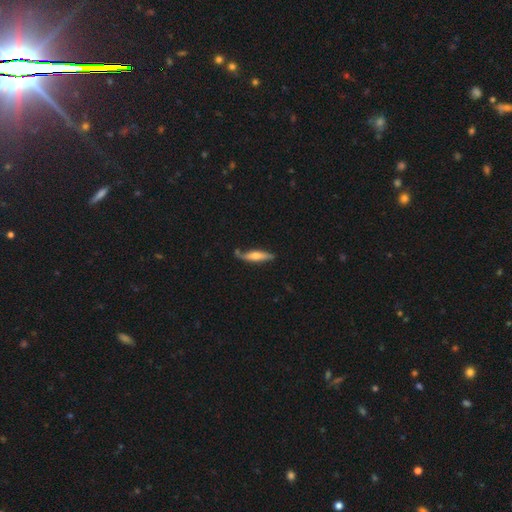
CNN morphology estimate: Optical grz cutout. It shows a smooth galaxy with no disk features (48%). Merging: none (68%).